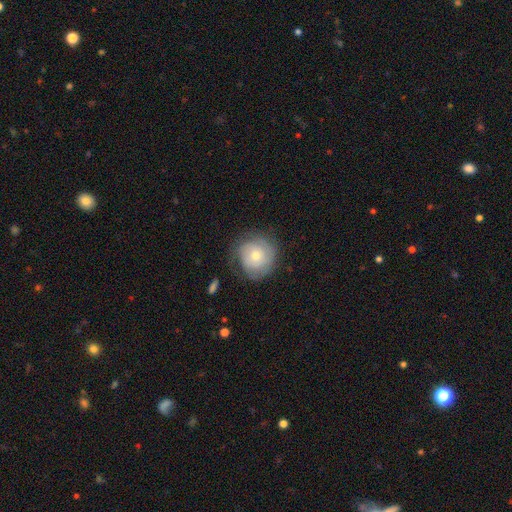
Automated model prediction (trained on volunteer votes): Smooth or featured? featured or disk (50%)
Edge-on disk? no (97%)
Merging? none (69%)